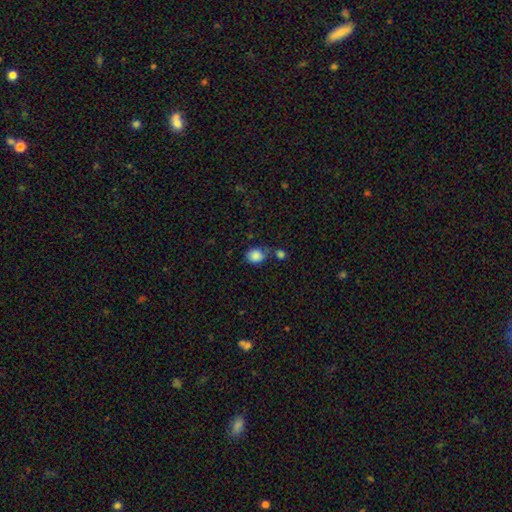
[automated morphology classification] smooth 87%, star or artifact 9%, featured or disk 4%. Down the decision tree: how rounded — round (64%); merging — none (59%).